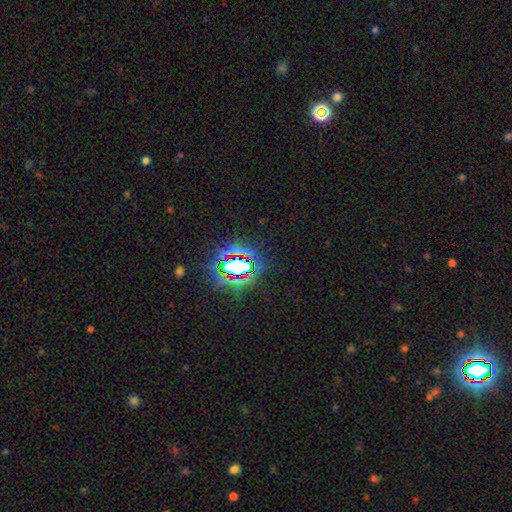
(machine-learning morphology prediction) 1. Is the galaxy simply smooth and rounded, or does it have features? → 80% star or artifact, 12% smooth, 8% featured or disk.